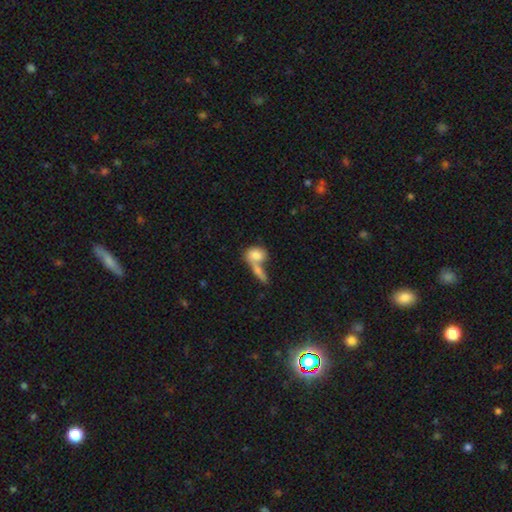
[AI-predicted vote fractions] smooth 77%, featured or disk 16%, star or artifact 7%. Down the decision tree: how rounded — in between (68%); merging — merger (59%).